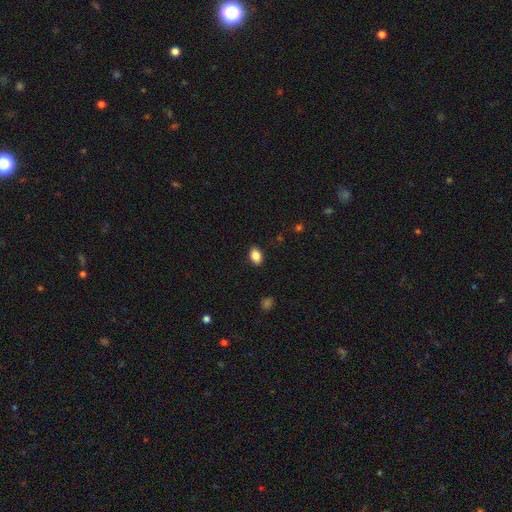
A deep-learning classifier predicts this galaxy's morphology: A smooth galaxy with no disk features (86%) that is in between round and cigar-shaped (83%). Merging: none (89%).